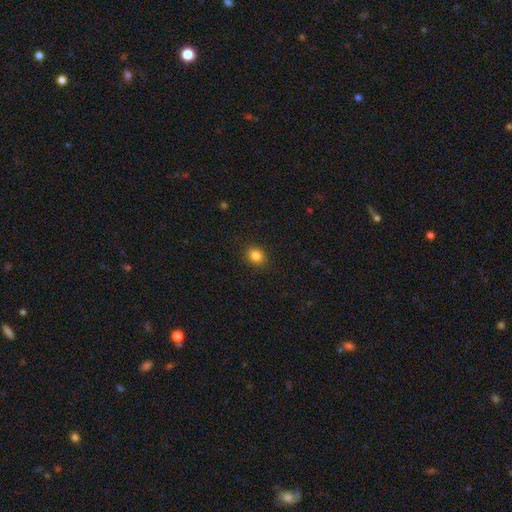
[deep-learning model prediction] A smooth galaxy with no disk features (84%) that is round (64%).

Vote fractions:
- Smooth or featured? smooth: 84% / star or artifact: 11% / featured or disk: 5%
- How rounded? round: 64% / in between: 35% / cigar-shaped: 1%
- Merging? none: 89% / minor disturbance: 8% / major disturbance: 2% / merger: 1%